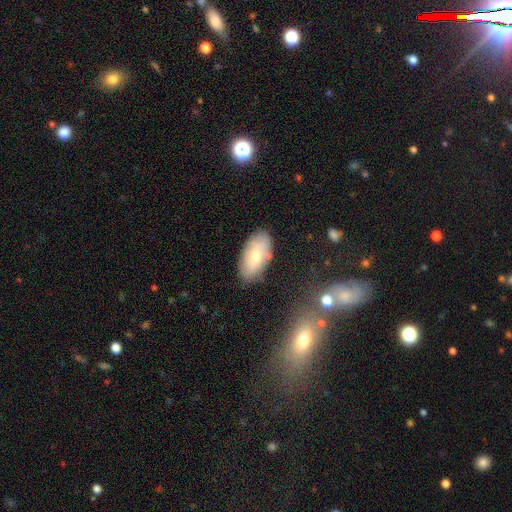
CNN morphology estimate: smooth-or-featured: smooth: 62% | featured or disk: 30% | star or artifact: 7%
  how-rounded: in between: 94% | round: 3% | cigar-shaped: 3%
  merging: none: 77% | minor disturbance: 16% | major disturbance: 4% | merger: 3%